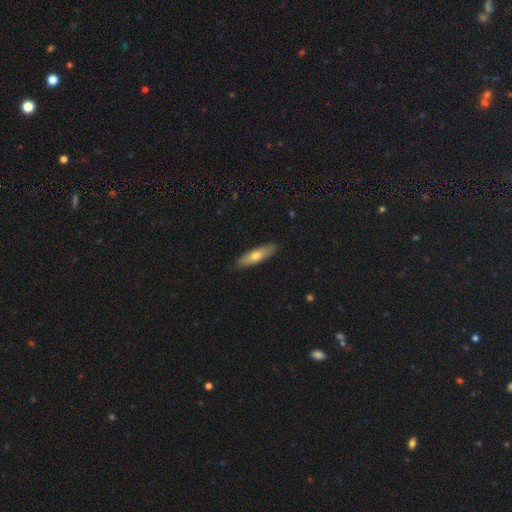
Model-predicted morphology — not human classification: Smooth or featured? Predicted: smooth (p=0.63). How rounded? Predicted: cigar-shaped (p=0.59). Merging? Predicted: none (p=0.89).